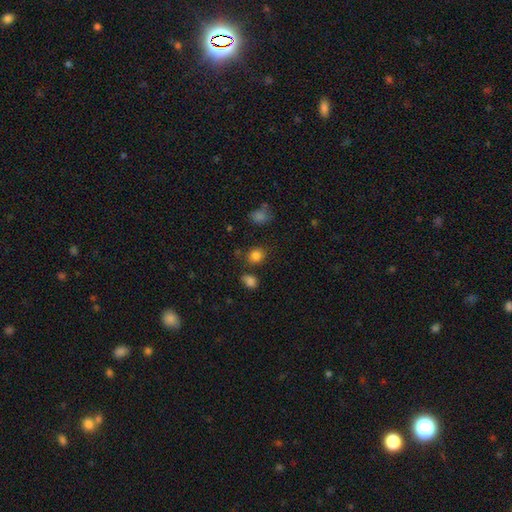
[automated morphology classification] This is clearly a smooth galaxy (82%). How rounded: likely round (70%). Merging: likely none (76%).